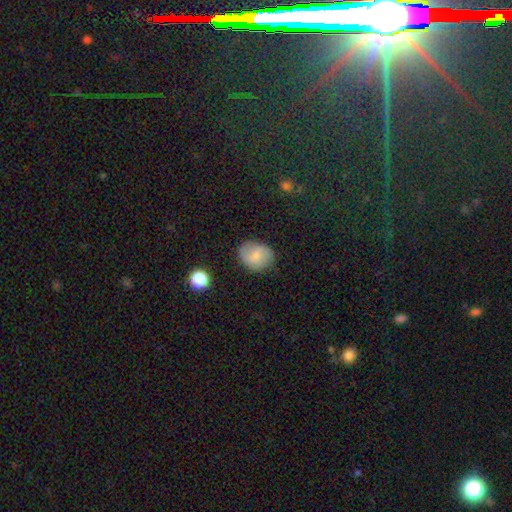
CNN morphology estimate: Q: Smooth or featured?
A: smooth (76%); runner-up: featured or disk (15%)
Q: How rounded?
A: round (56%); runner-up: in between (43%)
Q: Merging?
A: none (78%); runner-up: minor disturbance (16%)